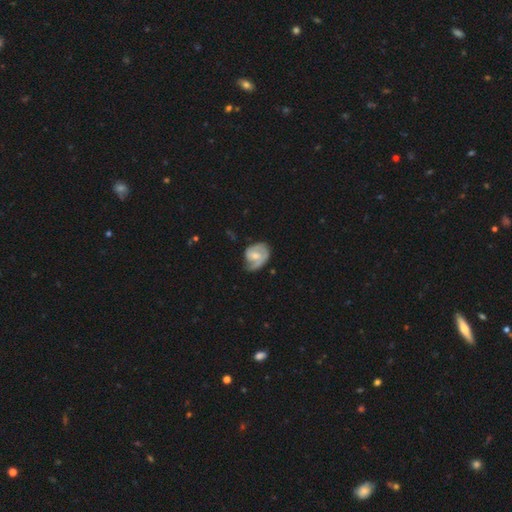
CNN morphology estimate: featured or disk 70%, smooth 24%, star or artifact 5%. Down the decision tree: edge-on disk — no (98%); bar — no (46%); spiral arms — yes (88%); spiral arm count — 2 (50%); spiral winding — tight (41%); bulge size — moderate (48%); merging — none (48%).